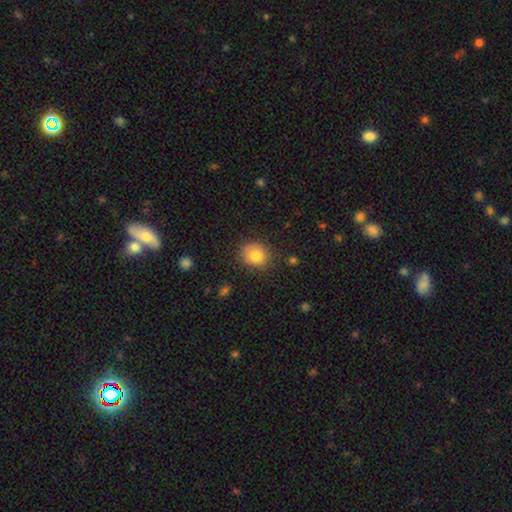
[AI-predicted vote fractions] This appears to be a smooth galaxy with no disk features (82%) that is round (64%). Merging: none (76%).